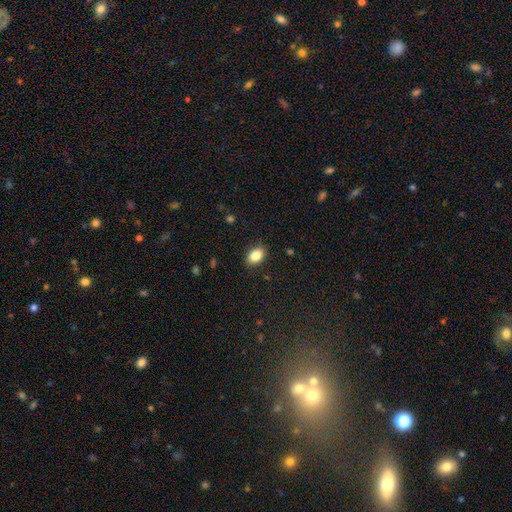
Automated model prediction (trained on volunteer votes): smooth_or_featured: smooth (p=0.86) [alt: star or artifact p=0.08]
how_rounded: in between (p=0.80) [alt: round p=0.19]
merging: none (p=0.87) [alt: minor disturbance p=0.10]